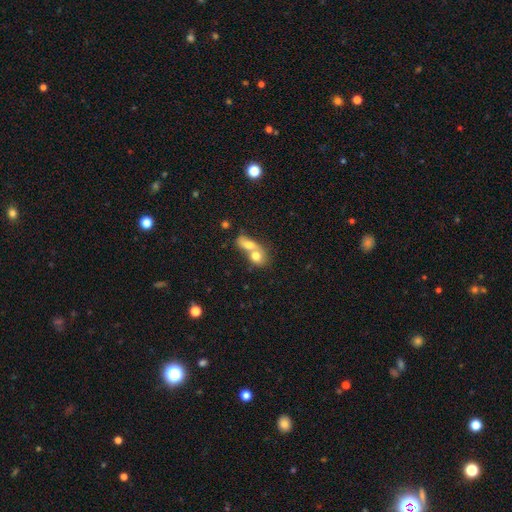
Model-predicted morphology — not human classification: A smooth galaxy with no disk features (70%) that is in between round and cigar-shaped (52%). Merging: merger (77%).